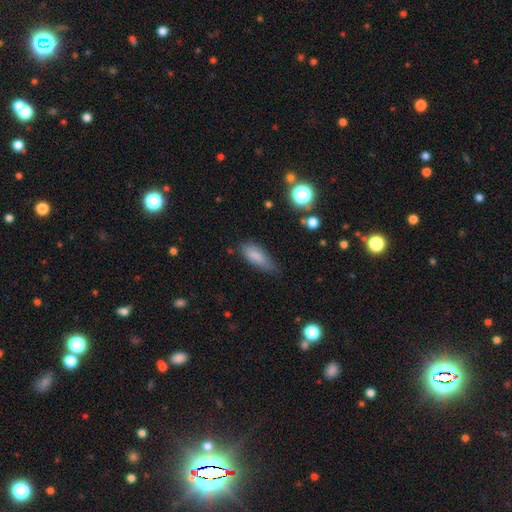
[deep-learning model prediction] Smooth or featured? Predicted: smooth (p=0.82). How rounded? Predicted: in between (p=0.75). Merging? Predicted: none (p=0.60).